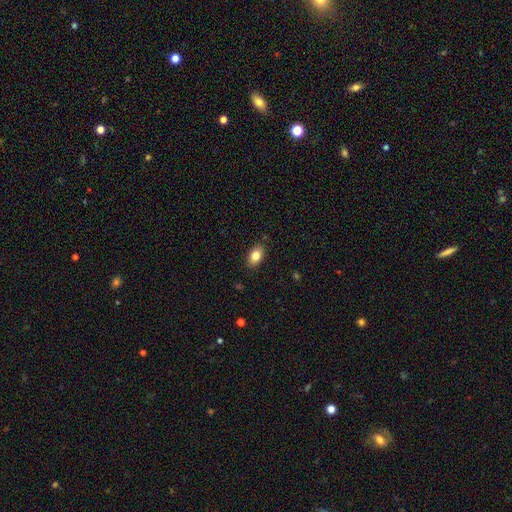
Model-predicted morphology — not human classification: Q: Smooth or featured?
A: smooth (82%); runner-up: featured or disk (9%)
Q: How rounded?
A: in between (87%); runner-up: round (11%)
Q: Merging?
A: none (87%); runner-up: minor disturbance (10%)